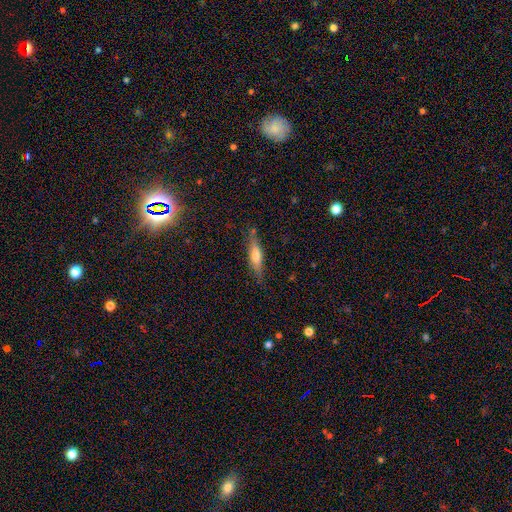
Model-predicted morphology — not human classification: This appears to be a smooth galaxy with no disk features (55%) that is cigar-shaped (73%). Merging: none (79%).